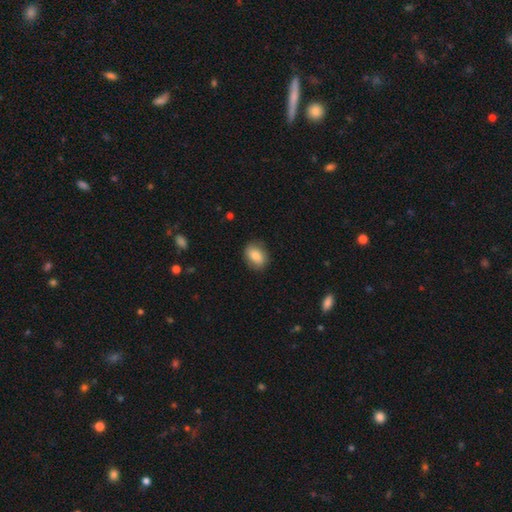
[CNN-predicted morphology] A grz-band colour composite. It shows a smooth galaxy with no disk features (83%) that is in between round and cigar-shaped (71%). Merging: none (83%).